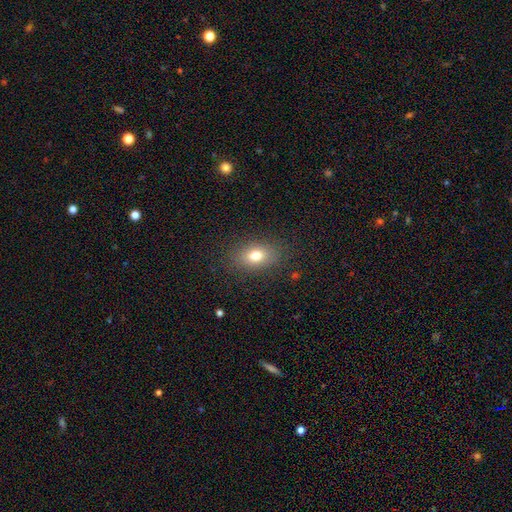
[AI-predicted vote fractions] This appears to be a smooth galaxy with no disk features (76%) that is in between round and cigar-shaped (78%). Merging: none (84%).